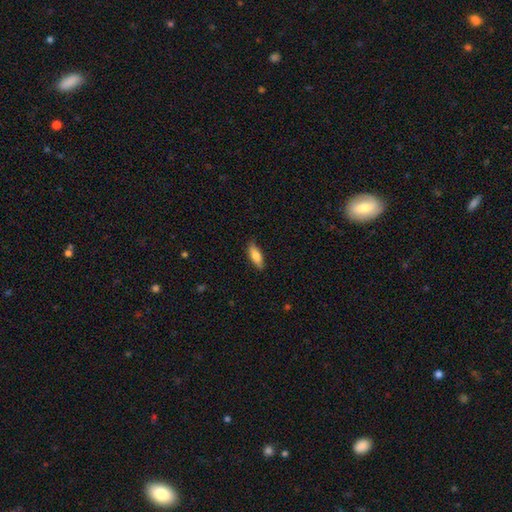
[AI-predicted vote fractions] smooth 75%, featured or disk 19%, star or artifact 6%. Down the decision tree: how rounded — in between (60%); merging — none (84%).